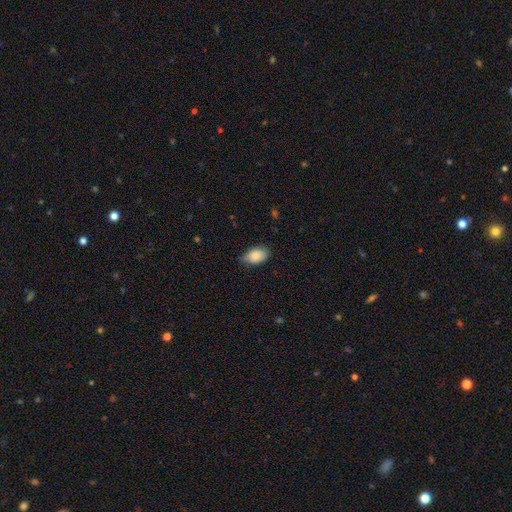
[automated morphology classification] Overall: smooth (86%). How rounded: in between (91%). Merging: none (71%).